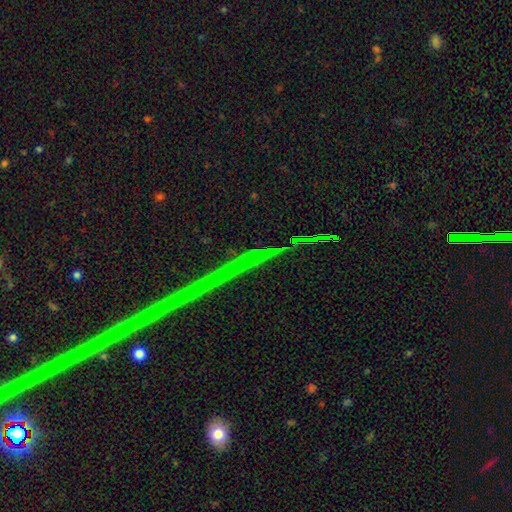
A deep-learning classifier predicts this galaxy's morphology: The model was most divided on "smooth or featured": star or artifact: 83%, featured or disk: 11%, smooth: 6%.